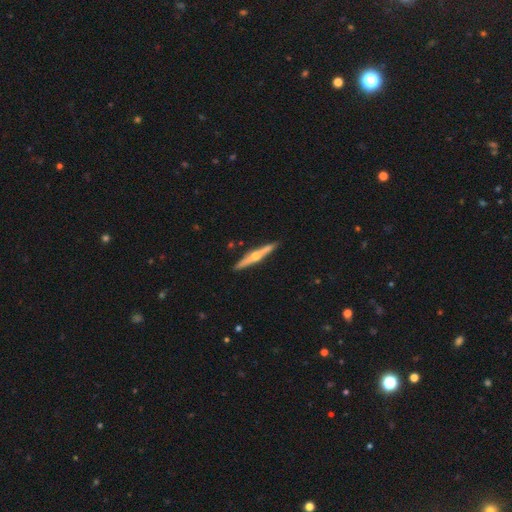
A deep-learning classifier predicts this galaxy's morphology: This is likely a featured or disk galaxy (73%). It is clearly viewed edge-on (97%). Edge-on bulge: clearly rounded (93%). Merging: clearly none (89%).